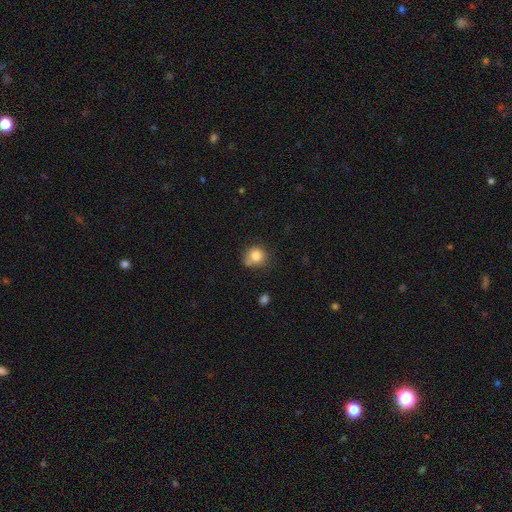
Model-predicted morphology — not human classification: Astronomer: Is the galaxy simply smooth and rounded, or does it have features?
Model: smooth — 82%.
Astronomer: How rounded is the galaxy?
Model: round — 85%.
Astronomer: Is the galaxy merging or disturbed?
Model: none — 62%.